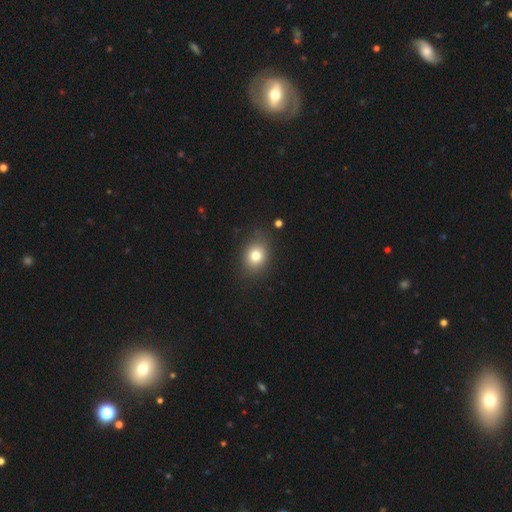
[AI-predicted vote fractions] Morphology: type=smooth (78%); roundness=in between (53%); merging=none (82%).